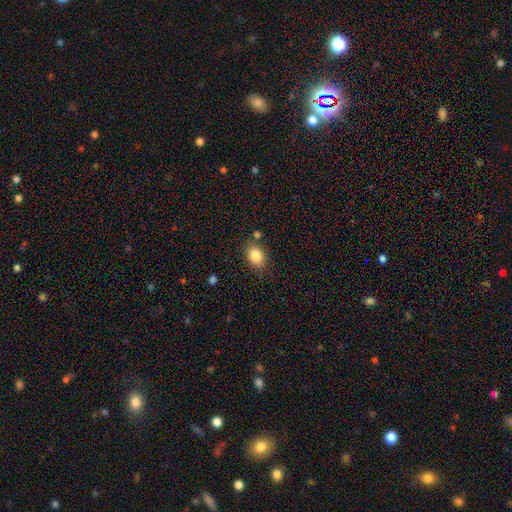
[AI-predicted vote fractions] smooth 84%, star or artifact 9%, featured or disk 7%. Down the decision tree: how rounded — in between (73%); merging — none (79%).